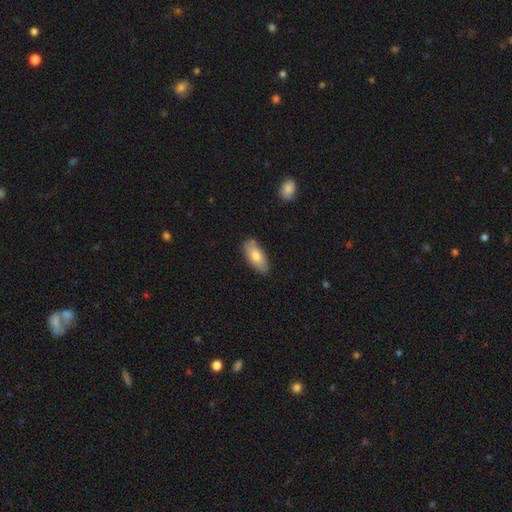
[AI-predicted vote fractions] A smooth galaxy with no disk features (76%) that is in between round and cigar-shaped (90%).

Vote fractions:
- Smooth or featured? smooth: 76% / featured or disk: 18% / star or artifact: 6%
- How rounded? in between: 90% / cigar-shaped: 8% / round: 2%
- Merging? none: 78% / minor disturbance: 17% / major disturbance: 3% / merger: 2%